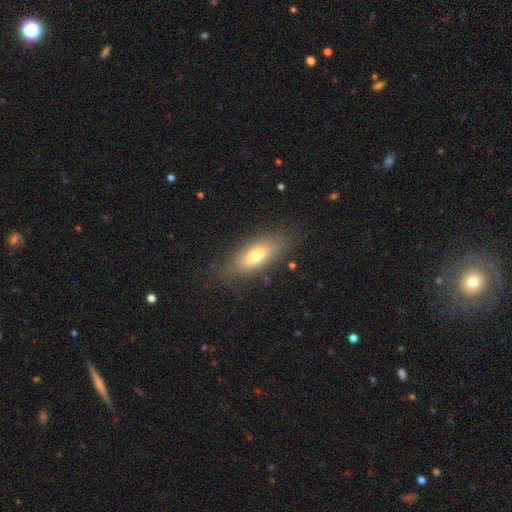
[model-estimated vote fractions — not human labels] Overall: smooth (67%). How rounded: in between (73%). Merging: none (81%).